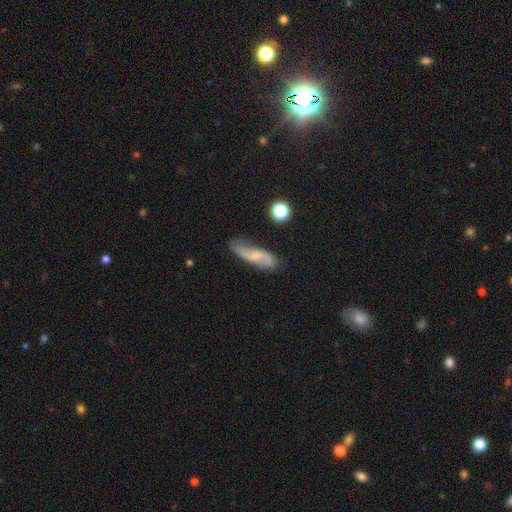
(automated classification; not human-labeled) A featured or disk galaxy (58%).

Vote fractions:
- Smooth or featured? featured or disk: 58% / smooth: 34% / star or artifact: 8%
- Edge-on disk? no: 85% / yes: 15%
- Merging? none: 75% / minor disturbance: 18% / major disturbance: 5% / merger: 3%